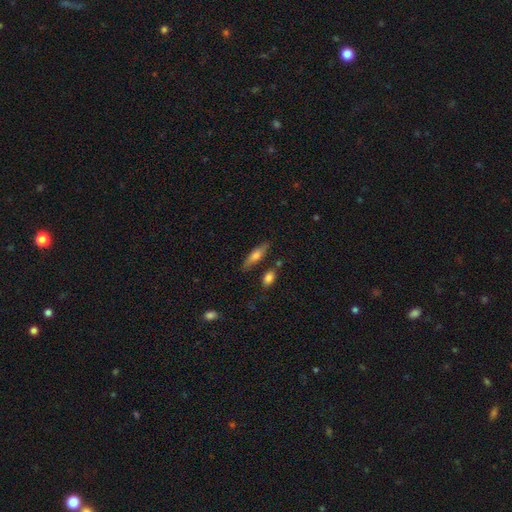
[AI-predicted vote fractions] A smooth galaxy with no disk features (60%) that is cigar-shaped (59%).

Vote fractions:
- Smooth or featured? smooth: 60% / featured or disk: 33% / star or artifact: 6%
- How rounded? cigar-shaped: 59% / in between: 38% / round: 3%
- Merging? none: 78% / minor disturbance: 12% / merger: 6% / major disturbance: 3%